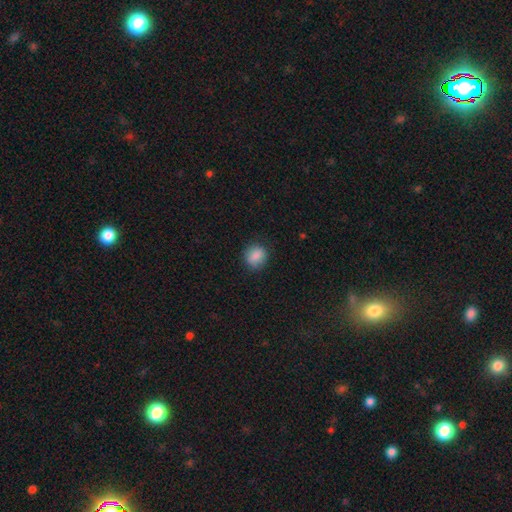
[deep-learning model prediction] Morphology: type=smooth (87%); roundness=round (70%); merging=none (83%).